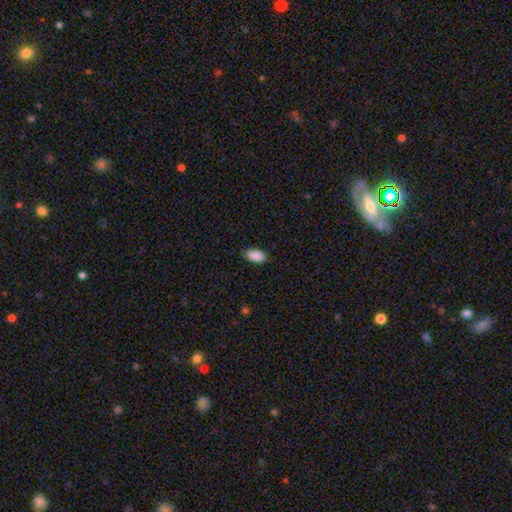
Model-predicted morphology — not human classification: This appears to be a smooth galaxy with no disk features (90%) that is in between round and cigar-shaped (93%). Merging: none (87%).